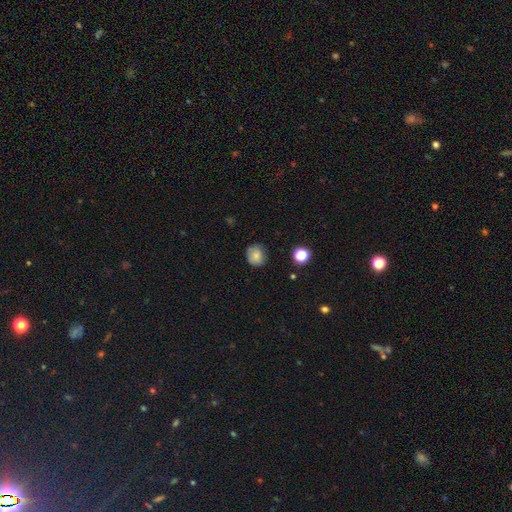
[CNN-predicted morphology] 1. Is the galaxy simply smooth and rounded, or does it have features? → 80% smooth, 11% star or artifact, 10% featured or disk.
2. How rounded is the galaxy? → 75% round, 24% in between, 1% cigar-shaped.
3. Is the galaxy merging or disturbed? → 78% none, 17% minor disturbance, 3% major disturbance, 1% merger.